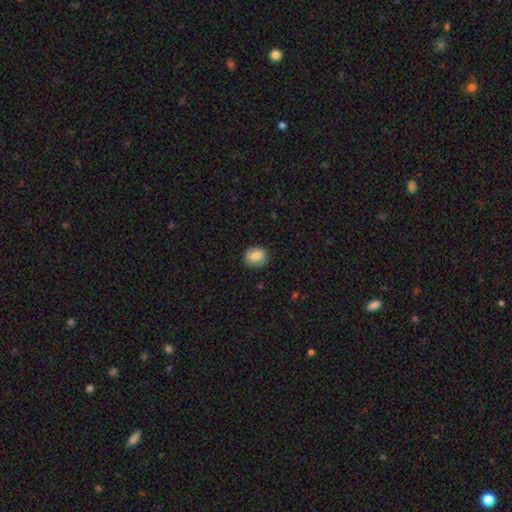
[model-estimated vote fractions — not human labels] Smooth or featured? smooth (70%)
How rounded? round (67%)
Merging? none (80%)